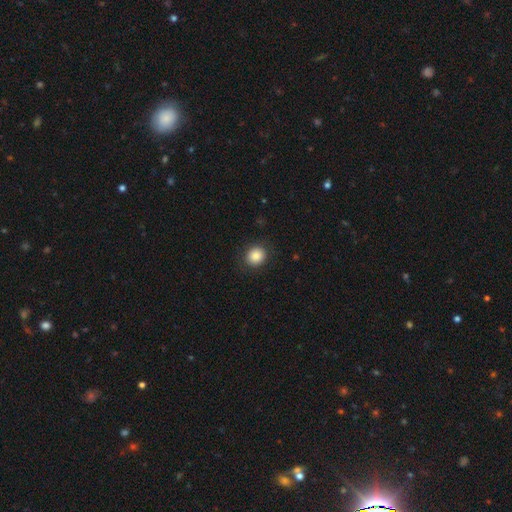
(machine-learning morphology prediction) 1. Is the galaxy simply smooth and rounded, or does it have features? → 86% smooth, 9% star or artifact, 5% featured or disk.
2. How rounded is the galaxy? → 80% round, 19% in between, 1% cigar-shaped.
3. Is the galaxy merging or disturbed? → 89% none, 8% minor disturbance, 3% major disturbance, 1% merger.